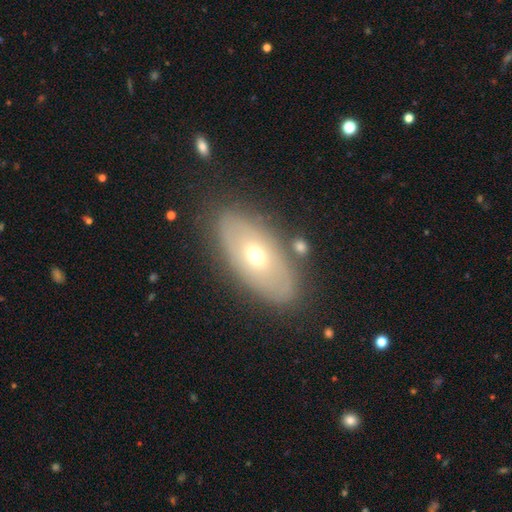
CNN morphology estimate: Smooth or featured? Predicted: featured or disk (p=0.47). Merging? Predicted: none (p=0.81).